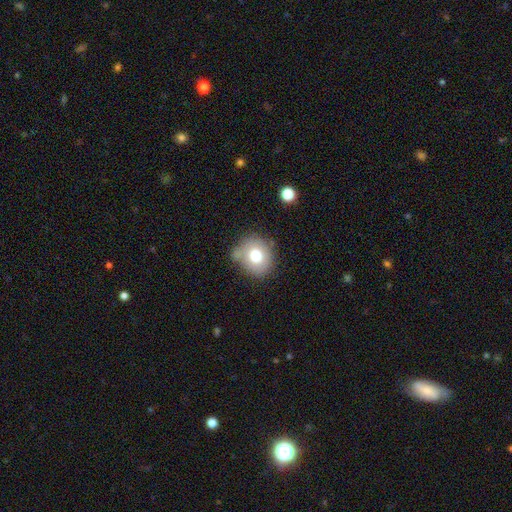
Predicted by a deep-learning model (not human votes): smooth 75%, featured or disk 16%, star or artifact 9%. Down the decision tree: how rounded — round (76%); merging — none (62%).